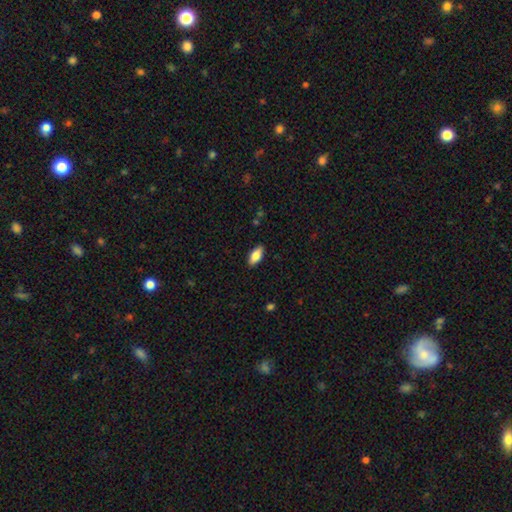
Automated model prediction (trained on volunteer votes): smooth_or_featured: smooth (p=0.79) [alt: featured or disk p=0.14]
how_rounded: in between (p=0.87) [alt: cigar-shaped p=0.10]
merging: none (p=0.88) [alt: minor disturbance p=0.09]